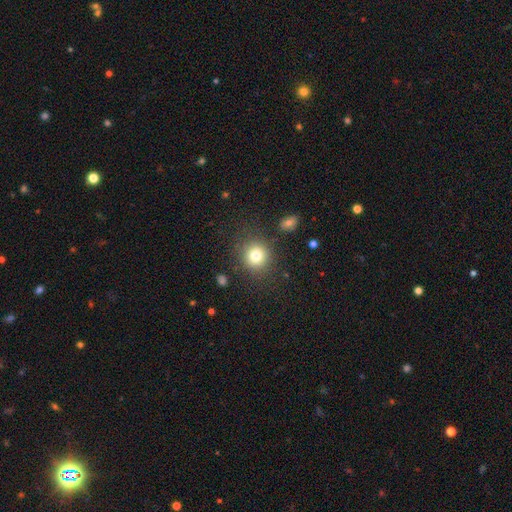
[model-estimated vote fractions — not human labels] smooth-or-featured: smooth: 79% | star or artifact: 12% | featured or disk: 9%
  how-rounded: round: 89% | in between: 10% | cigar-shaped: 1%
  merging: none: 84% | minor disturbance: 9% | major disturbance: 4% | merger: 3%